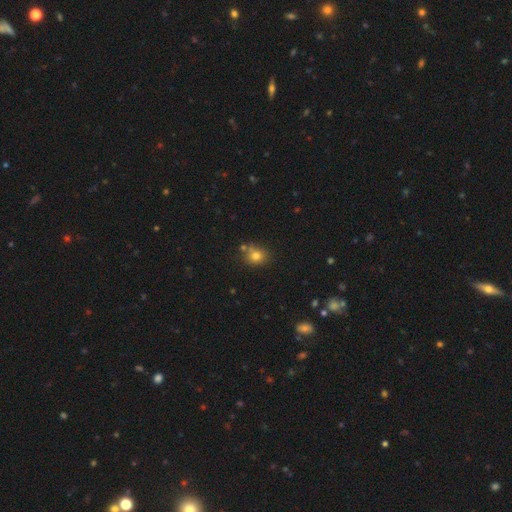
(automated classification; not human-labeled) smooth 78%, star or artifact 13%, featured or disk 9%. Down the decision tree: how rounded — round (68%); merging — none (68%).